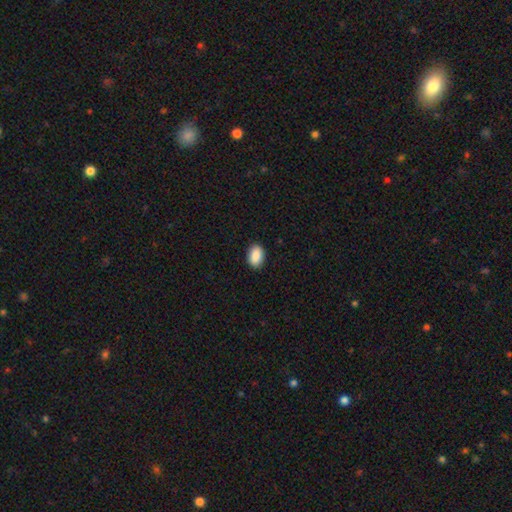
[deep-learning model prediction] Morphology: type=smooth (90%); roundness=in between (89%); merging=none (90%).